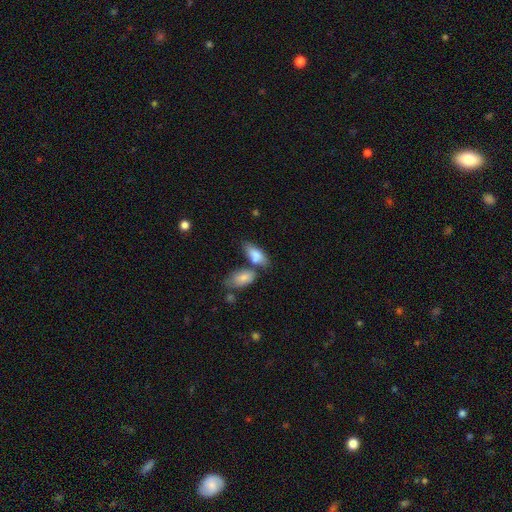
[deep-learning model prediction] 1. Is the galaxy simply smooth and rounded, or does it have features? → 81% smooth, 13% featured or disk, 6% star or artifact.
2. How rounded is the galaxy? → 86% in between, 11% cigar-shaped, 3% round.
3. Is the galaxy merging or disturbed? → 43% merger, 36% none, 15% minor disturbance, 6% major disturbance.